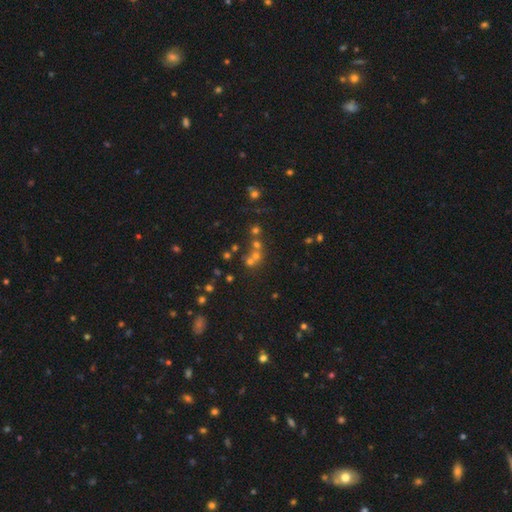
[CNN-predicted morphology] A star or artifact, not a galaxy (47%).